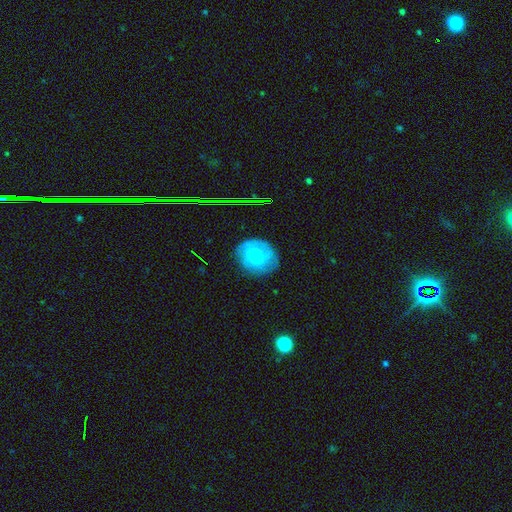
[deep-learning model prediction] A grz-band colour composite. It shows a featured or disk galaxy (50%). Merging: none (74%).